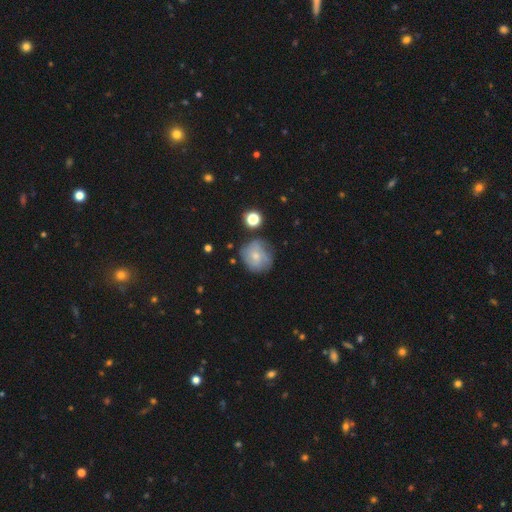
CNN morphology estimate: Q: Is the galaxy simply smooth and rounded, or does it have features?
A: smooth — 57%.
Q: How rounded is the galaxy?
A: round — 83%.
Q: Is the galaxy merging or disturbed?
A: none — 61%.